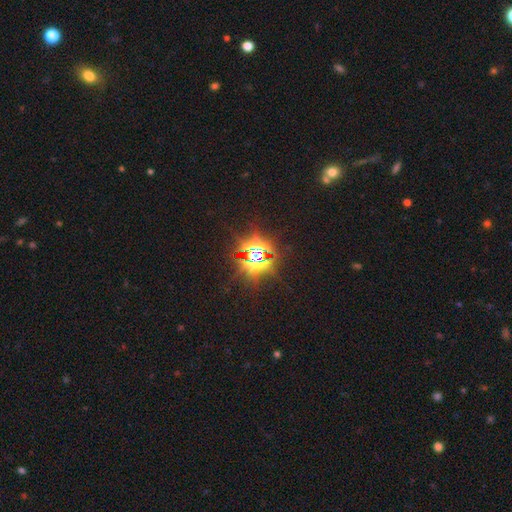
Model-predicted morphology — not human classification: Smooth or featured? Predicted: star or artifact (p=0.81).